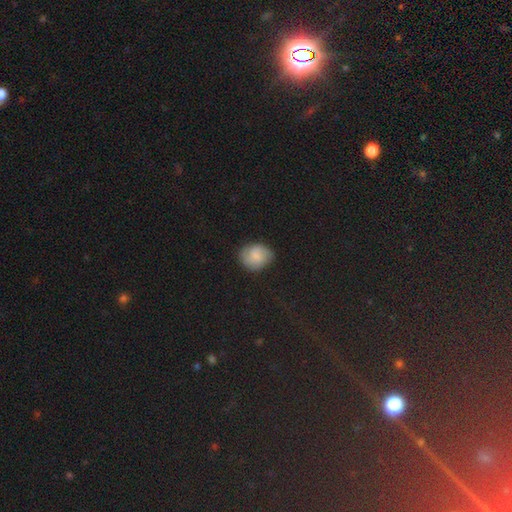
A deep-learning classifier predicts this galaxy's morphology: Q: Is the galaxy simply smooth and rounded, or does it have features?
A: smooth — 67%.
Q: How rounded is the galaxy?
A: round — 51%.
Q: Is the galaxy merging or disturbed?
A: none — 73%.